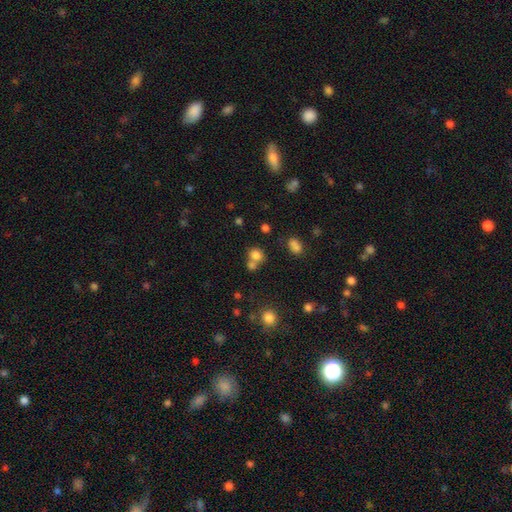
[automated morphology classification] Smooth or featured? smooth (77%)
How rounded? round (74%)
Merging? none (45%)